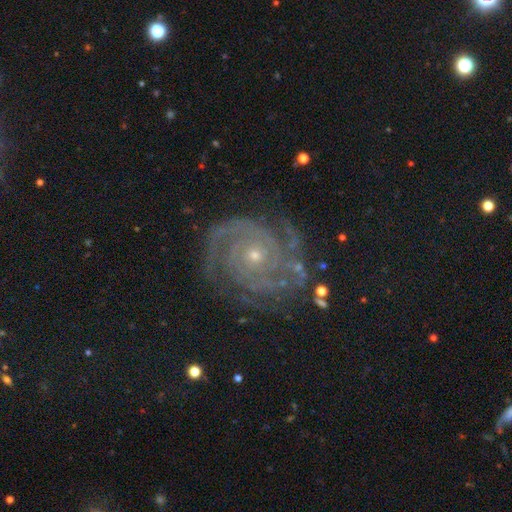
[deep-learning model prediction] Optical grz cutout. It shows a featured or disk galaxy (87%) with no bar (79%), 2 (44%) tight (72%) spiral arms (98%) and a small central bulge (73%). Merging: none (77%).